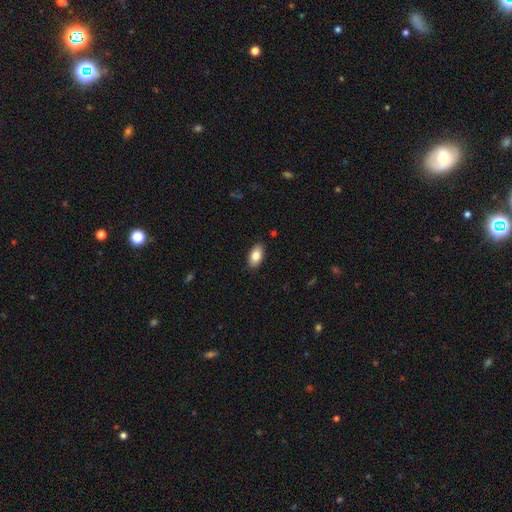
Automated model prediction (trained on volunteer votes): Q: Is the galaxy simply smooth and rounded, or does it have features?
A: smooth — 83%.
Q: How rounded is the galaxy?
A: in between — 93%.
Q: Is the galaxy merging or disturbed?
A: none — 88%.